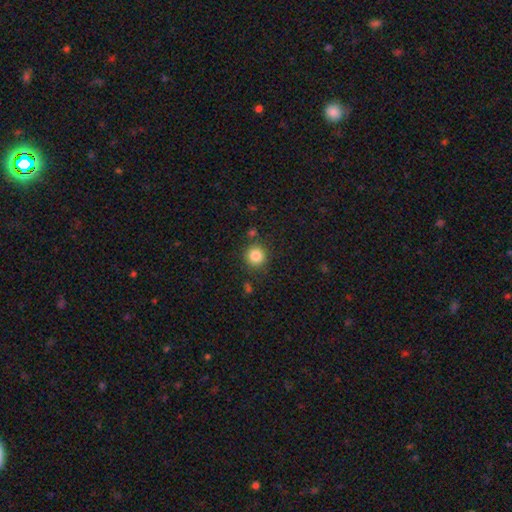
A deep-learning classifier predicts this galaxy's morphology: smooth 84%, star or artifact 11%, featured or disk 5%. Down the decision tree: how rounded — round (93%); merging — none (84%).